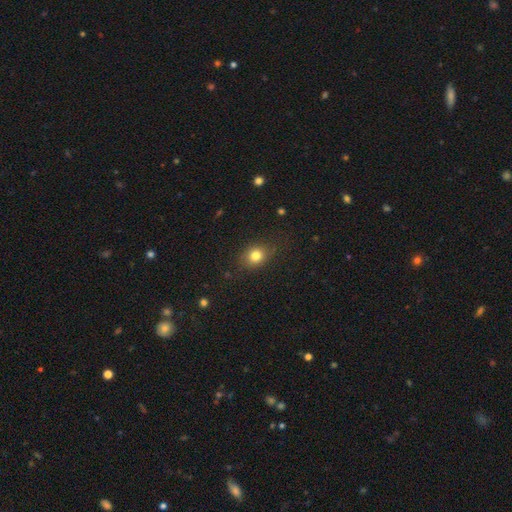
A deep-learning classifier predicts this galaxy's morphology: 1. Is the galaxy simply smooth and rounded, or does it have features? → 80% smooth, 12% star or artifact, 8% featured or disk.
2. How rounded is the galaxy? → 59% round, 40% in between, 1% cigar-shaped.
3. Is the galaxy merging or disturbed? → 81% none, 14% minor disturbance, 4% major disturbance, 1% merger.